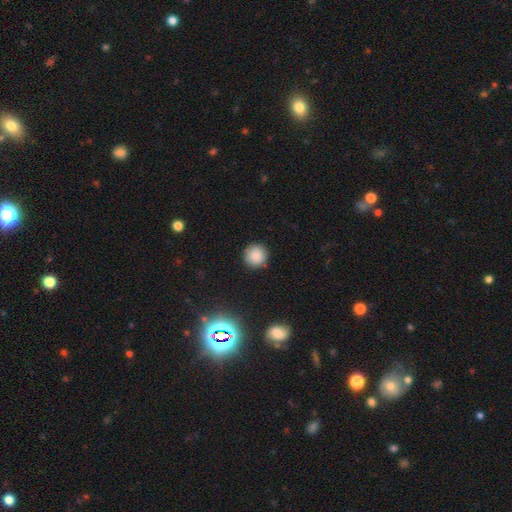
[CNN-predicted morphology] smooth_or_featured: smooth (p=0.84) [alt: star or artifact p=0.11]
how_rounded: round (p=0.95) [alt: in between p=0.04]
merging: none (p=0.90) [alt: minor disturbance p=0.07]